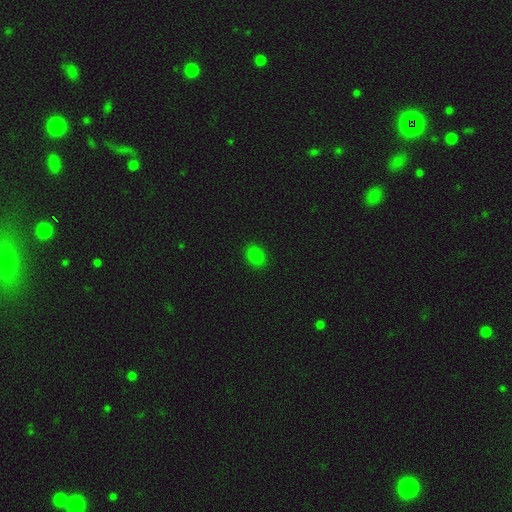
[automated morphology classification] Q: Smooth or featured?
A: smooth (82%); runner-up: star or artifact (14%)
Q: How rounded?
A: in between (66%); runner-up: round (32%)
Q: Merging?
A: none (88%); runner-up: minor disturbance (9%)